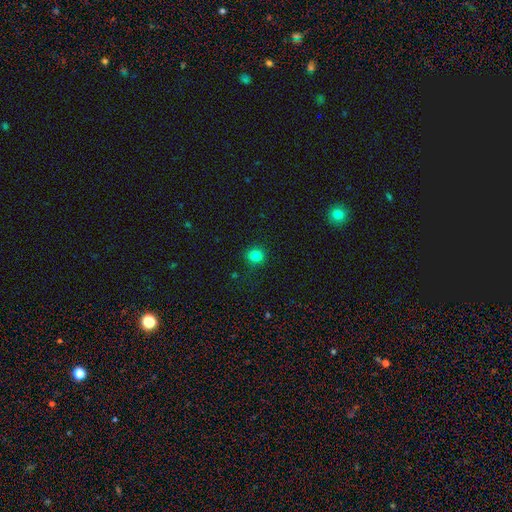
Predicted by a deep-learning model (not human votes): smooth_or_featured: smooth (p=0.82) [alt: star or artifact p=0.13]
how_rounded: round (p=0.87) [alt: in between p=0.12]
merging: none (p=0.89) [alt: minor disturbance p=0.08]